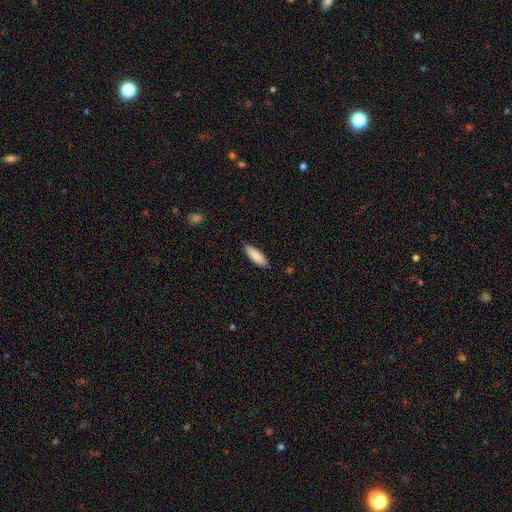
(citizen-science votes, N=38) Volunteers were most divided on "how rounded": in between: 53%, cigar-shaped: 47%, round: 0%. More confident: merging — none (89%); smooth or featured — smooth (84%).